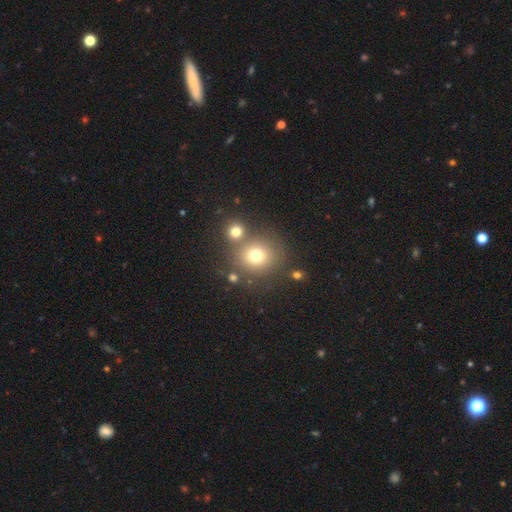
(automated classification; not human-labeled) Smooth or featured?
  - smooth: 73% *
  - star or artifact: 15%
  - featured or disk: 12%
How rounded?
  - round: 87% *
  - in between: 12%
  - cigar-shaped: 1%
Merging?
  - none: 65% *
  - merger: 22%
  - minor disturbance: 9%
  - major disturbance: 4%